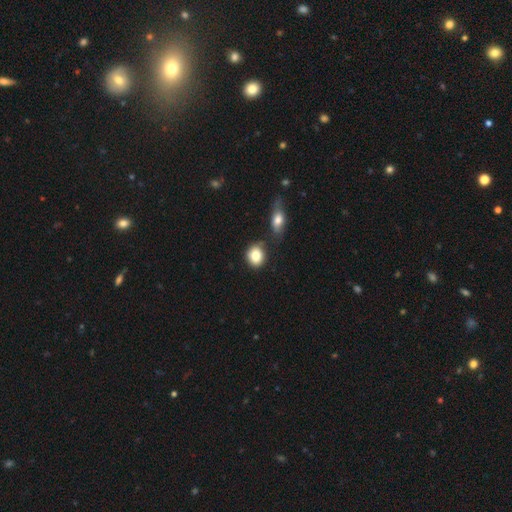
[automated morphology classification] Smooth or featured: smooth — 83% (featured or disk — 8%)
How rounded: round — 62% (in between — 36%)
Merging: none — 66% (minor disturbance — 15%)